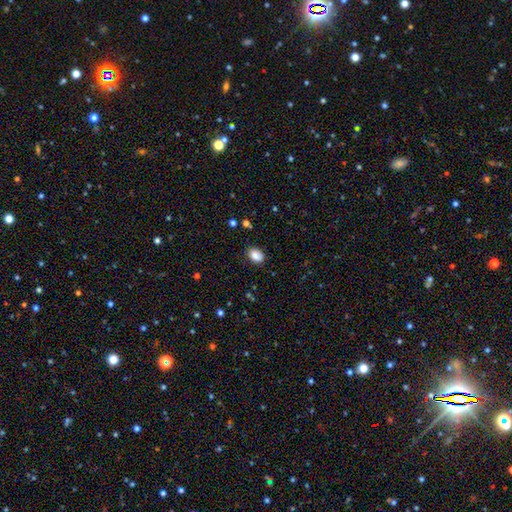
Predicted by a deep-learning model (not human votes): This is clearly a smooth galaxy (86%). How rounded: likely in between (79%). Merging: clearly none (85%).